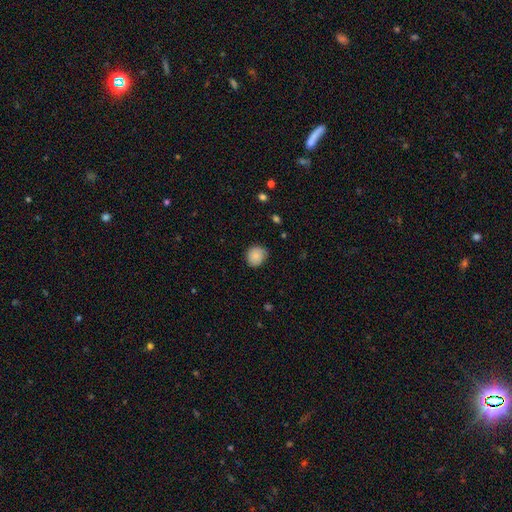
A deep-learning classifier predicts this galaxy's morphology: Q: Smooth or featured?
A: smooth (84%); runner-up: featured or disk (9%)
Q: How rounded?
A: round (79%); runner-up: in between (20%)
Q: Merging?
A: none (74%); runner-up: minor disturbance (21%)